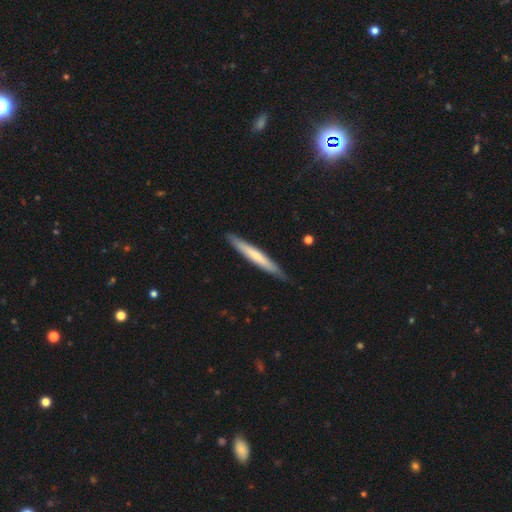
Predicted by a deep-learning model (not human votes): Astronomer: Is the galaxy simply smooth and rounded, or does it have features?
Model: smooth — 58% (runner-up: featured or disk, 38%).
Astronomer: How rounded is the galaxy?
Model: cigar-shaped — 96%.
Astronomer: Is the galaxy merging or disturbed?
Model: none — 87%.